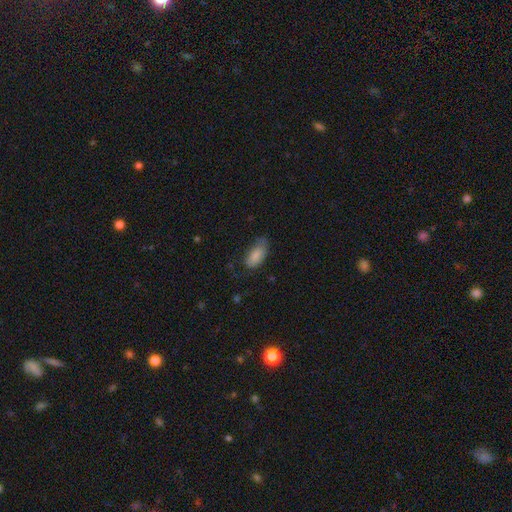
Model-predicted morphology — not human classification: Q: Smooth or featured?
A: smooth (84%); runner-up: featured or disk (9%)
Q: How rounded?
A: in between (92%); runner-up: cigar-shaped (6%)
Q: Merging?
A: none (57%); runner-up: minor disturbance (32%)